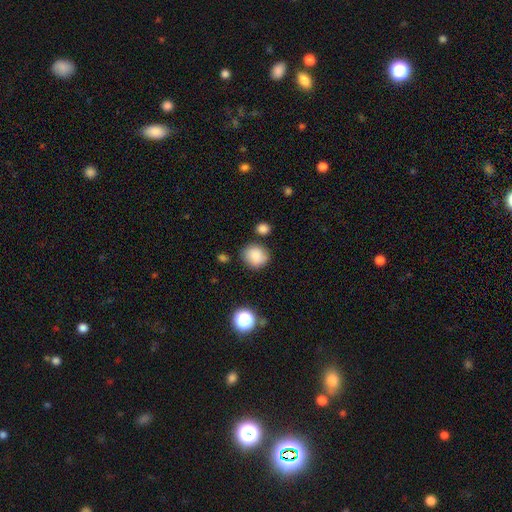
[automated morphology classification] Smooth or featured?
  - smooth: 84% *
  - star or artifact: 10%
  - featured or disk: 7%
How rounded?
  - round: 76% *
  - in between: 23%
  - cigar-shaped: 1%
Merging?
  - none: 76% *
  - minor disturbance: 15%
  - merger: 5%
  - major disturbance: 4%